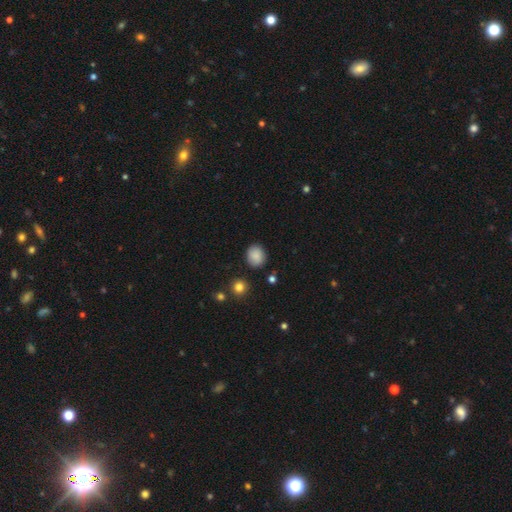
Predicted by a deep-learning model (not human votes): This appears to be a smooth galaxy with no disk features (87%) that is round (64%). Merging: none (87%).